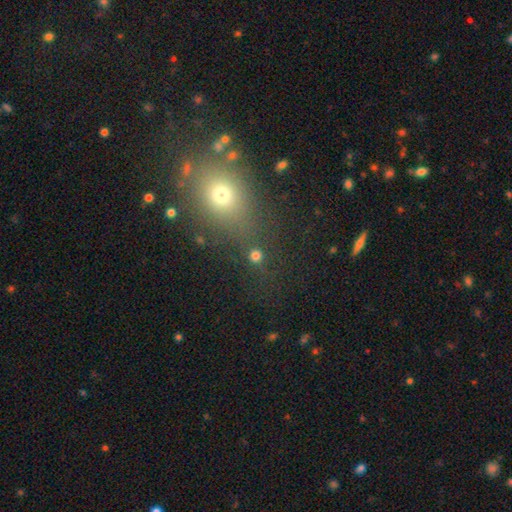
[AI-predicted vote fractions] smooth_or_featured: smooth (p=0.73) [alt: star or artifact p=0.21]
how_rounded: round (p=0.92) [alt: in between p=0.07]
merging: none (p=0.78) [alt: merger p=0.09]